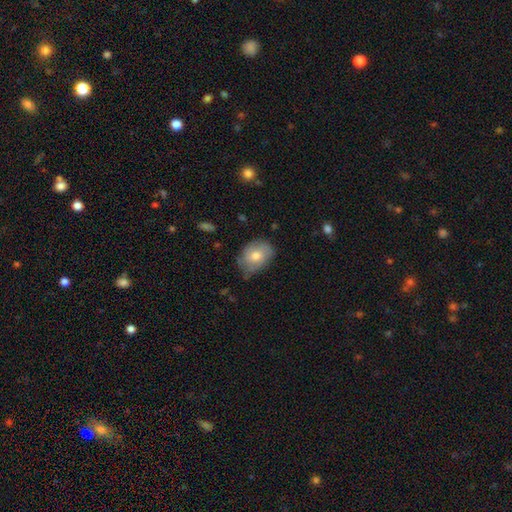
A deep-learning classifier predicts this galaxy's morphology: Smooth or featured: smooth — 72% (featured or disk — 21%)
How rounded: in between — 67% (round — 32%)
Merging: none — 65% (minor disturbance — 29%)